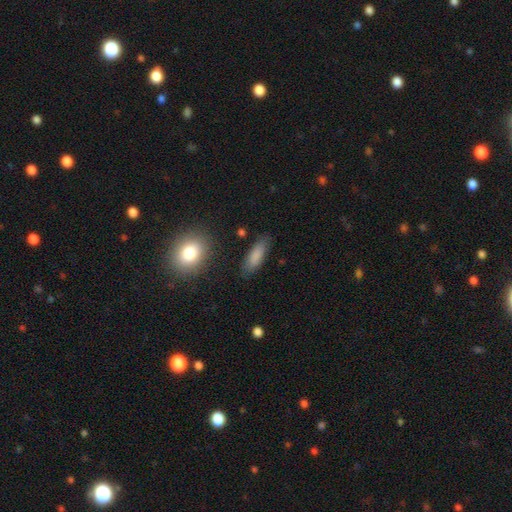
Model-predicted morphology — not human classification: smooth-or-featured: smooth: 84% | featured or disk: 9% | star or artifact: 8%
  how-rounded: in between: 62% | cigar-shaped: 36% | round: 2%
  merging: none: 83% | minor disturbance: 12% | major disturbance: 3% | merger: 2%